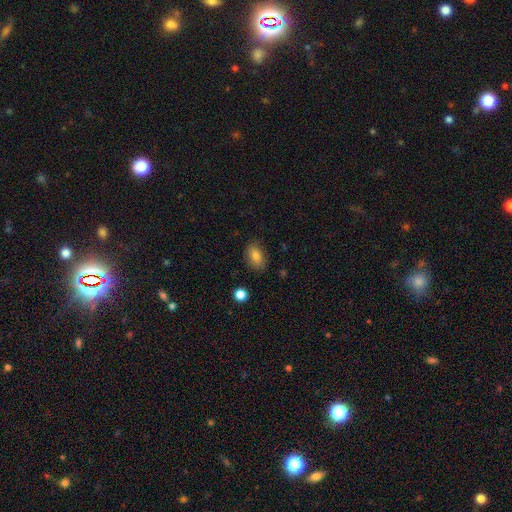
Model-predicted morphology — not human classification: A smooth galaxy with no disk features (81%) that is in between round and cigar-shaped (86%).

Vote fractions:
- Smooth or featured? smooth: 81% / featured or disk: 10% / star or artifact: 9%
- How rounded? in between: 86% / round: 12% / cigar-shaped: 2%
- Merging? none: 83% / minor disturbance: 13% / major disturbance: 3% / merger: 1%